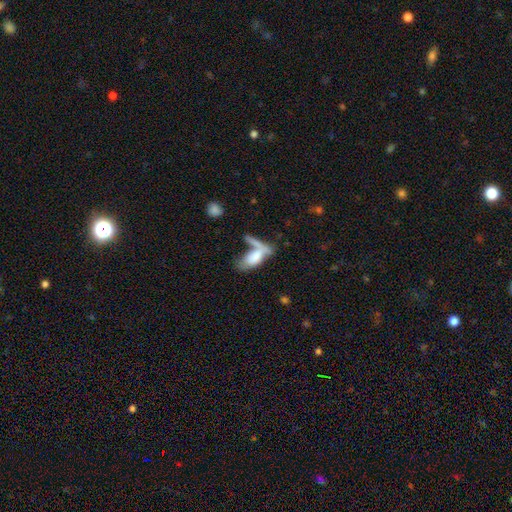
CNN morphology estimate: Q: Smooth or featured?
A: smooth (72%); runner-up: featured or disk (21%)
Q: How rounded?
A: in between (79%); runner-up: cigar-shaped (18%)
Q: Merging?
A: merger (47%); runner-up: none (28%)